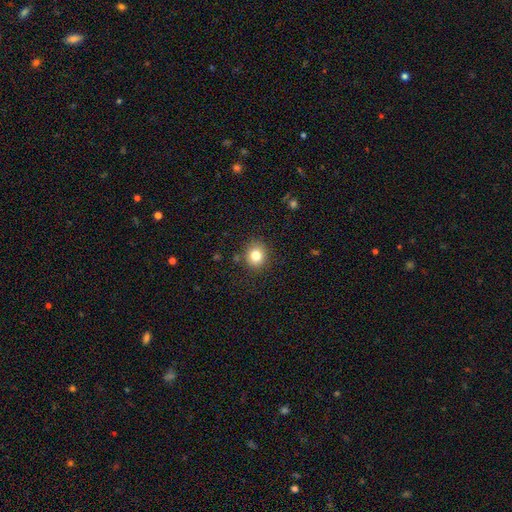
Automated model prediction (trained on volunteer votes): A smooth galaxy with no disk features (81%) that is round (79%).

Vote fractions:
- Smooth or featured? smooth: 81% / star or artifact: 12% / featured or disk: 7%
- How rounded? round: 79% / in between: 20% / cigar-shaped: 1%
- Merging? none: 86% / minor disturbance: 9% / major disturbance: 3% / merger: 2%